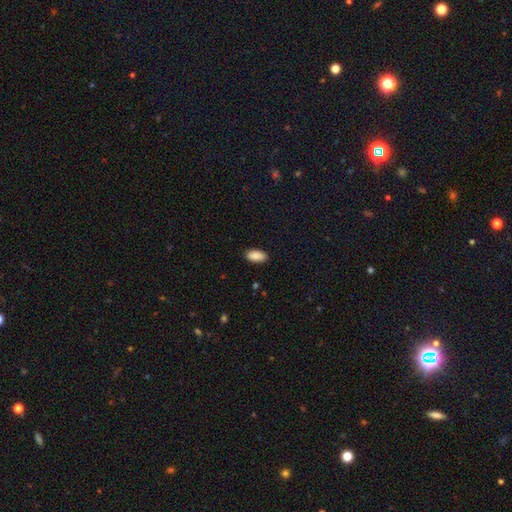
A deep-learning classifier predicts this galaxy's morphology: Q: Smooth or featured?
A: smooth (90%); runner-up: star or artifact (7%)
Q: How rounded?
A: in between (93%); runner-up: cigar-shaped (5%)
Q: Merging?
A: none (86%); runner-up: minor disturbance (11%)